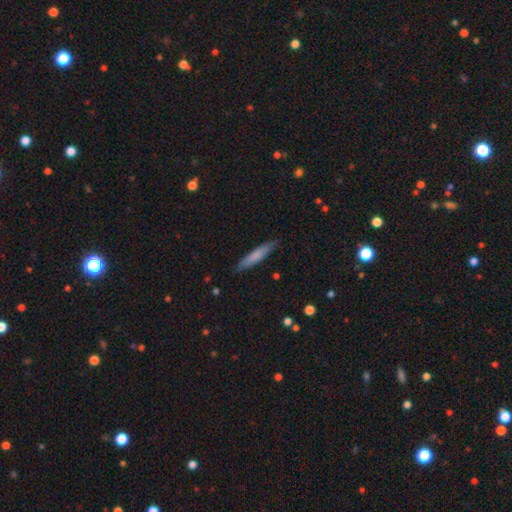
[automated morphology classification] Smooth or featured? Predicted: smooth (p=0.72). How rounded? Predicted: cigar-shaped (p=0.90). Merging? Predicted: none (p=0.86).